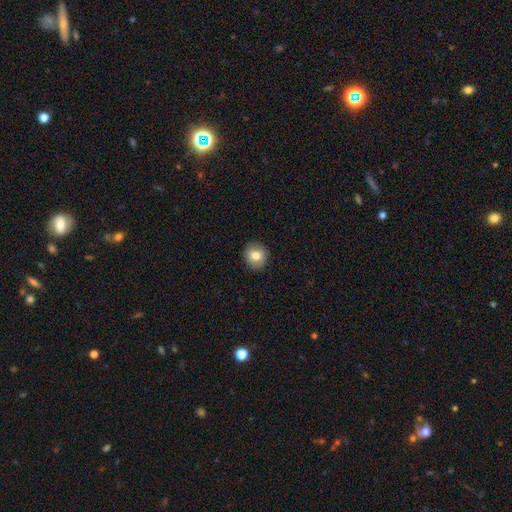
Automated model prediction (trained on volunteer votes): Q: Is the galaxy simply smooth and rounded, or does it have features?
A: smooth — 80%.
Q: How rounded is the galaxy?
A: round — 83%.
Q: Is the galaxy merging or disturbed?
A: none — 90%.